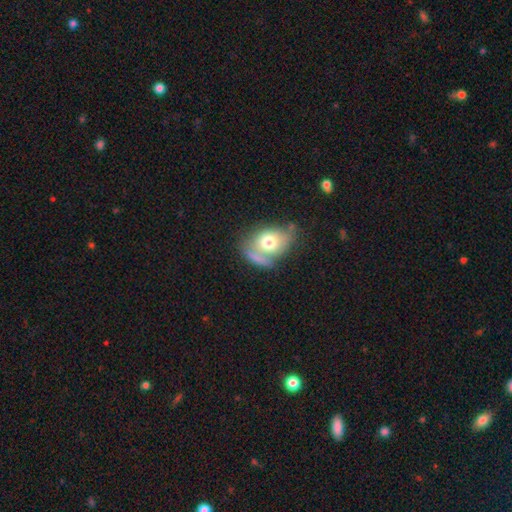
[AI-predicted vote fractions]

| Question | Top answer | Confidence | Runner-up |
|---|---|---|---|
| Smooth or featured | smooth | 54% | featured or disk (36%) |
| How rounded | in between | 66% | round (31%) |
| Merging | none | 37% | merger (23%) |